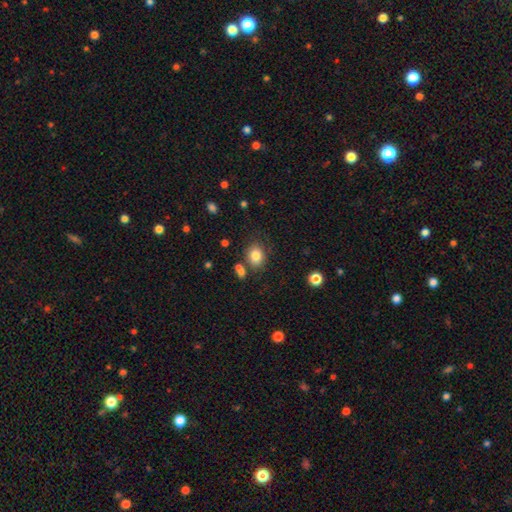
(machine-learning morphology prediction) This is clearly a smooth galaxy (83%). How rounded: possibly round (52%). Merging: likely none (72%).